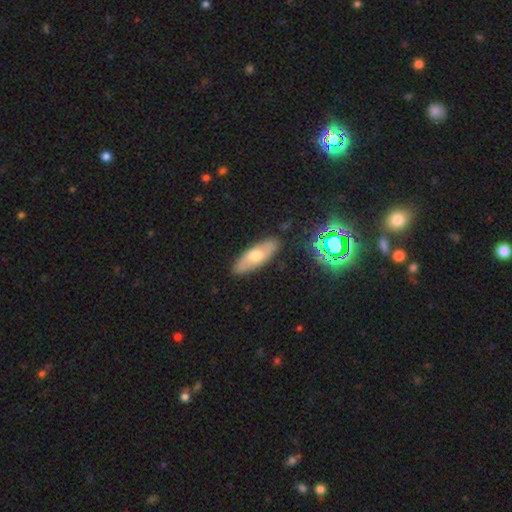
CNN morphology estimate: A smooth galaxy with no disk features (55%) that is in between round and cigar-shaped (68%). Merging: none (86%).